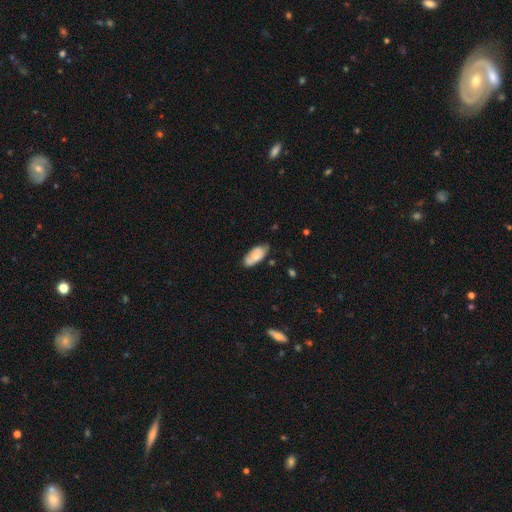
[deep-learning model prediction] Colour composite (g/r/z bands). It shows a smooth galaxy with no disk features (63%) that is in between round and cigar-shaped (90%). Merging: none (67%).